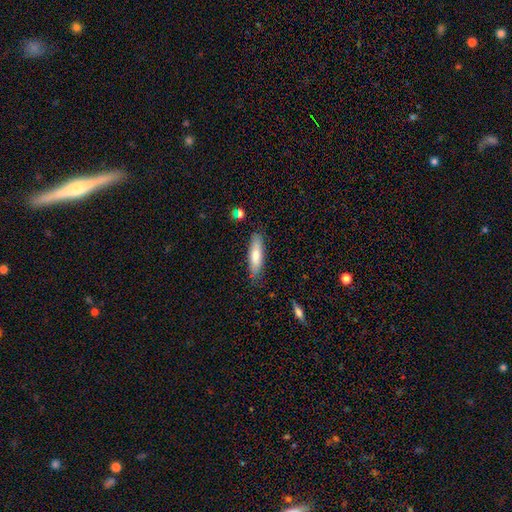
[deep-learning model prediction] This appears to be a smooth galaxy with no disk features (75%) that is cigar-shaped (62%). Merging: none (82%).